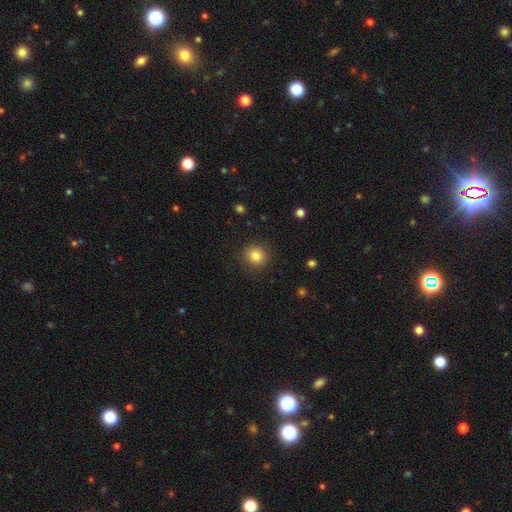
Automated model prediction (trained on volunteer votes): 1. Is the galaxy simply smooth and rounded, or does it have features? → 82% smooth, 11% star or artifact, 6% featured or disk.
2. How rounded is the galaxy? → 91% round, 8% in between, 1% cigar-shaped.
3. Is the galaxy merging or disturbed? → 90% none, 6% minor disturbance, 2% major disturbance, 1% merger.